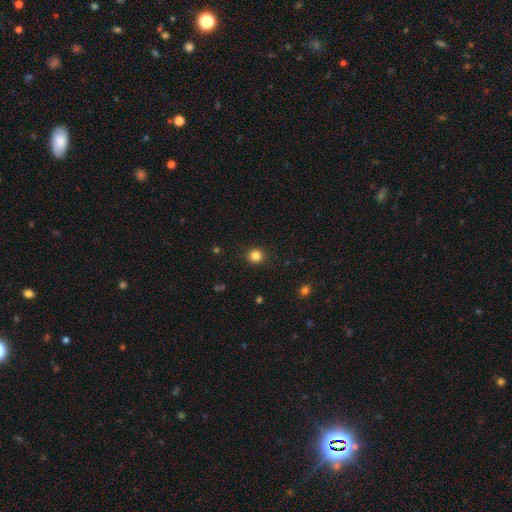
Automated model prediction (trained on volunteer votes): Smooth or featured? Predicted: smooth (p=0.84). How rounded? Predicted: round (p=0.93). Merging? Predicted: none (p=0.92).